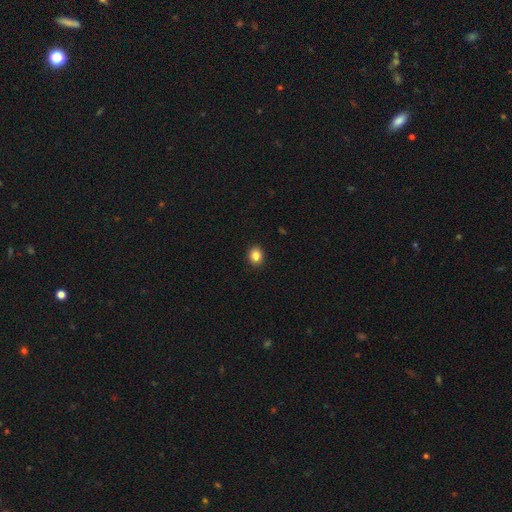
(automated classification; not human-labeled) Smooth or featured?
  - smooth: 85% *
  - star or artifact: 10%
  - featured or disk: 5%
How rounded?
  - round: 67% *
  - in between: 32%
  - cigar-shaped: 1%
Merging?
  - none: 92% *
  - minor disturbance: 6%
  - major disturbance: 2%
  - merger: 1%